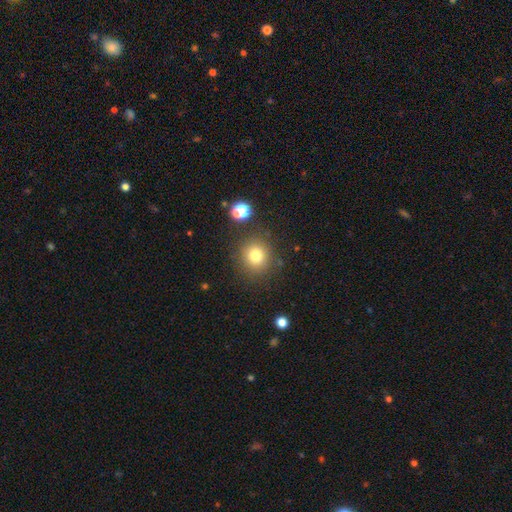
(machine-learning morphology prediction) This appears to be a smooth galaxy with no disk features (77%) that is round (89%). Merging: none (84%).